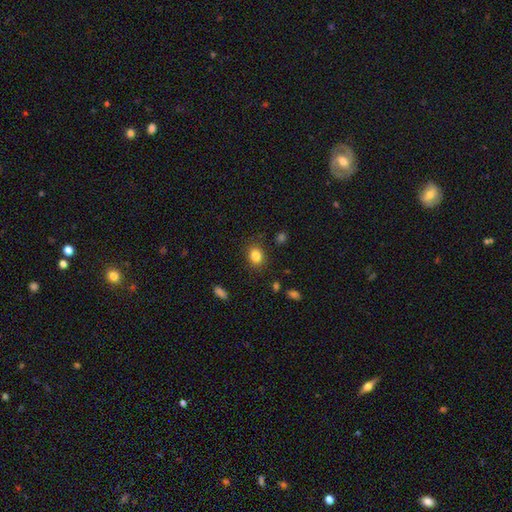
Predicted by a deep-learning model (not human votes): smooth 84%, star or artifact 11%, featured or disk 6%. Down the decision tree: how rounded — round (57%); merging — none (86%).